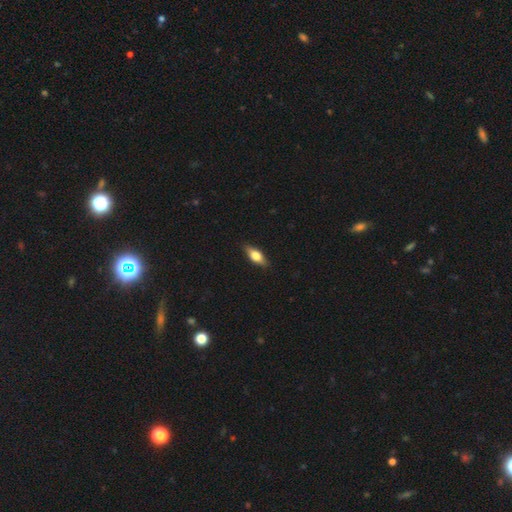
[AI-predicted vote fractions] A smooth galaxy with no disk features (60%) that is in between round and cigar-shaped (70%). Merging: none (87%).